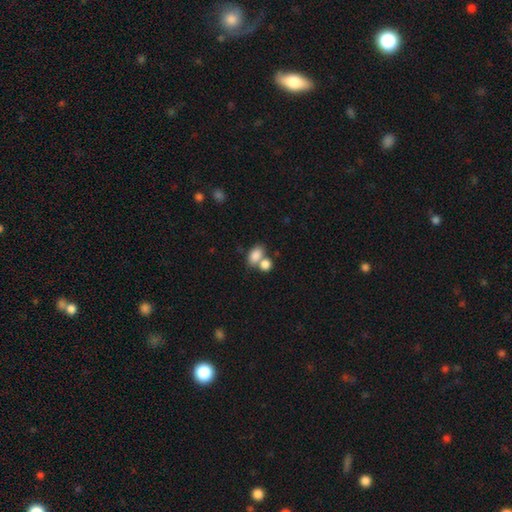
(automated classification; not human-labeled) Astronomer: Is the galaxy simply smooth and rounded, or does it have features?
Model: smooth — 82%.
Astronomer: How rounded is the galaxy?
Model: in between — 82%.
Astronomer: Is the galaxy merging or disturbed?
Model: merger — 50% (runner-up: none, 36%).